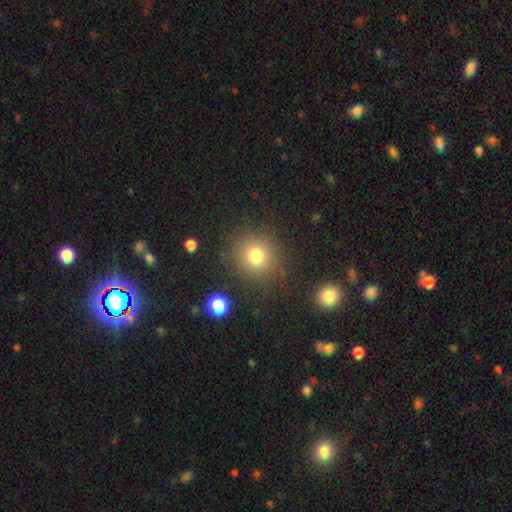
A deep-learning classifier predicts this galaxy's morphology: Overall: smooth (76%). How rounded: round (90%). Merging: none (84%).